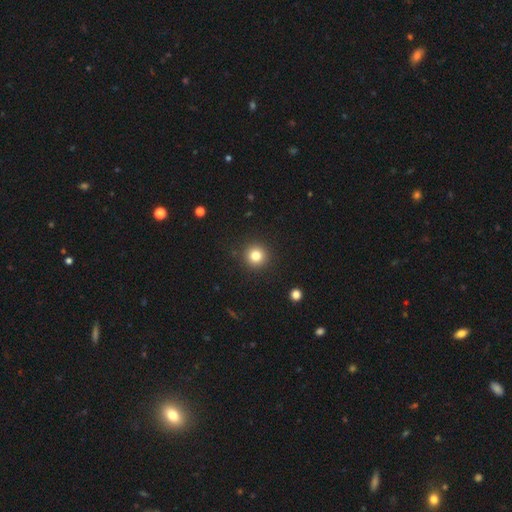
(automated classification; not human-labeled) The model was most divided on "smooth or featured": smooth: 81%, star or artifact: 12%, featured or disk: 7%. More confident: how rounded — round (95%); merging — none (91%).